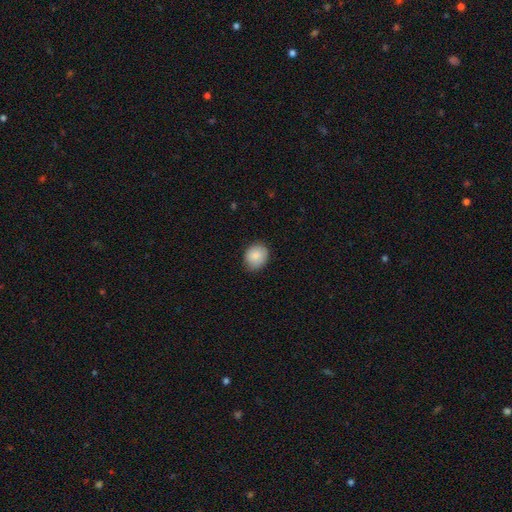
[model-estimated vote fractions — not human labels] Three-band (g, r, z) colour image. It shows a smooth galaxy with no disk features (85%) that is round (62%). Merging: none (80%).